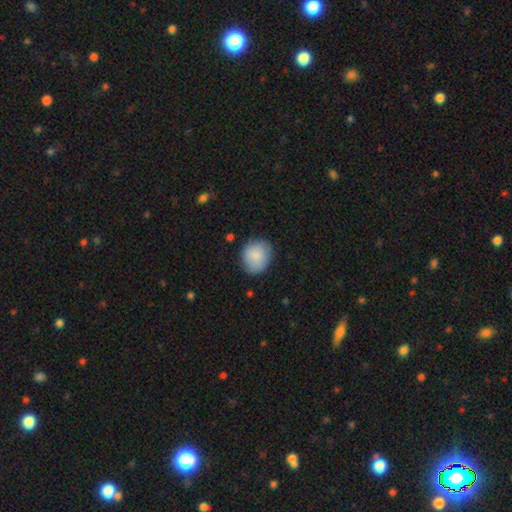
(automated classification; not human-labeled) Smooth or featured? smooth (87%)
How rounded? round (70%)
Merging? none (79%)